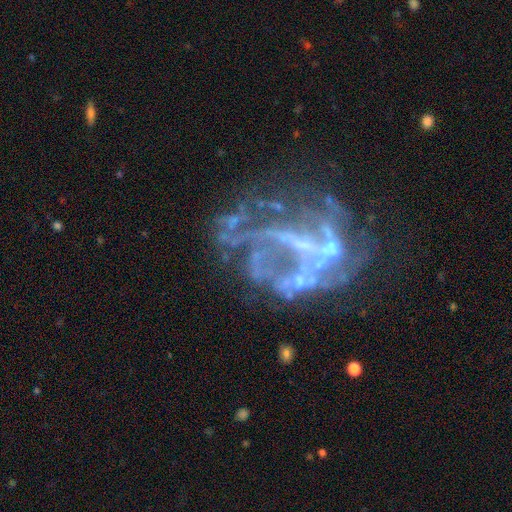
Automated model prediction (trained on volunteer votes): The model was most divided on "merging": major disturbance: 38%, none: 37%, minor disturbance: 15%, merger: 10%. More confident: edge-on disk — no (98%); smooth or featured — featured or disk (74%); bulge size — none (62%); spiral arms — no (58%); bar — no (57%).